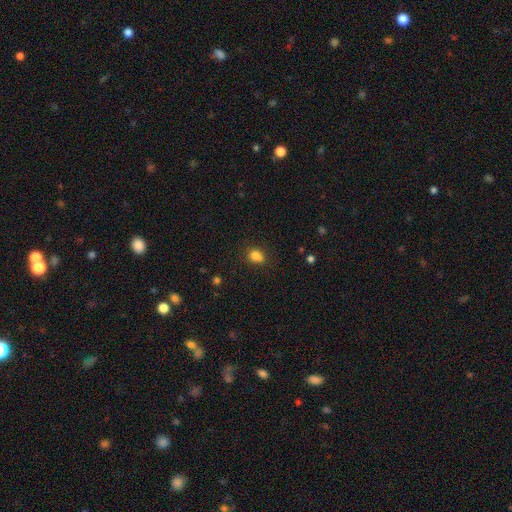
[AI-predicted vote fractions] smooth-or-featured: smooth: 79% | star or artifact: 13% | featured or disk: 8%
  how-rounded: round: 59% | in between: 39% | cigar-shaped: 1%
  merging: none: 56% | merger: 21% | minor disturbance: 18% | major disturbance: 6%